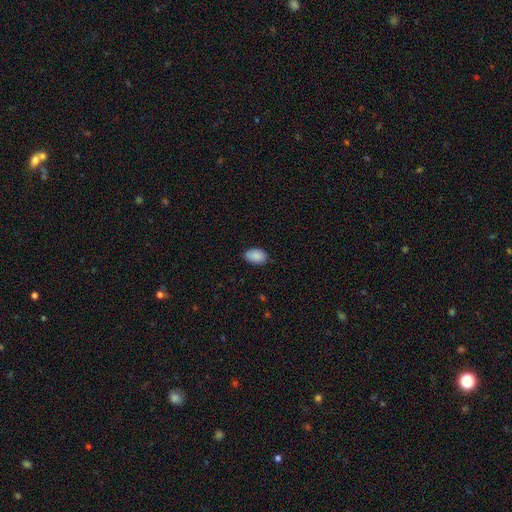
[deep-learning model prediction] Morphology: type=smooth (90%); roundness=in between (91%); merging=none (82%).